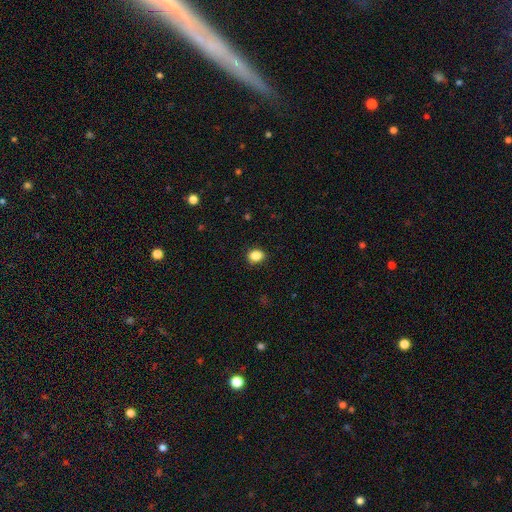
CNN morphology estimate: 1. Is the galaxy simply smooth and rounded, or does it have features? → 86% smooth, 10% star or artifact, 4% featured or disk.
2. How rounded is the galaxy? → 51% in between, 47% round, 1% cigar-shaped.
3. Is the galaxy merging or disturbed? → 87% none, 10% minor disturbance, 2% major disturbance, 1% merger.